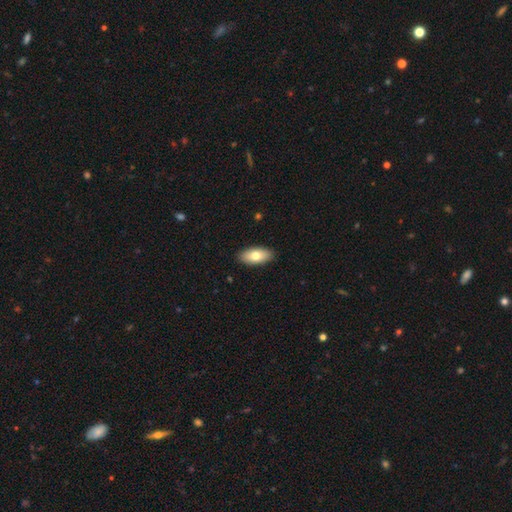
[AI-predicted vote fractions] This appears to be a smooth galaxy with no disk features (75%) that is in between round and cigar-shaped (90%). Merging: none (90%).